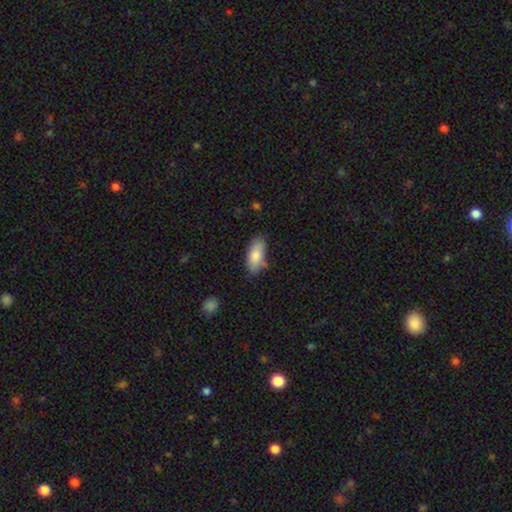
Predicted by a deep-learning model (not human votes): This is clearly a smooth galaxy (82%). How rounded: clearly in between (87%). Merging: likely none (72%).